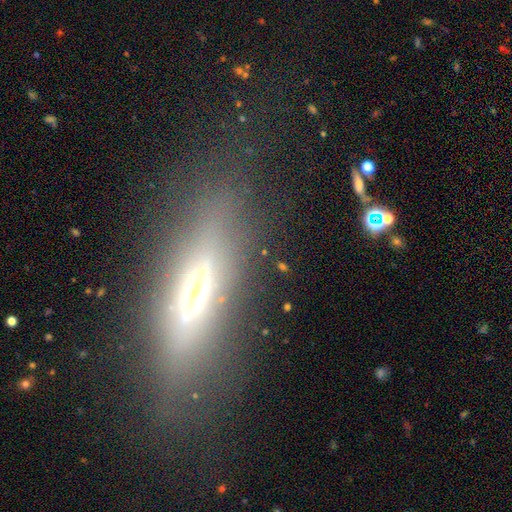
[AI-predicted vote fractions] smooth-or-featured: featured or disk: 48% | smooth: 39% | star or artifact: 13%
  merging: none: 76% | minor disturbance: 14% | major disturbance: 8% | merger: 2%